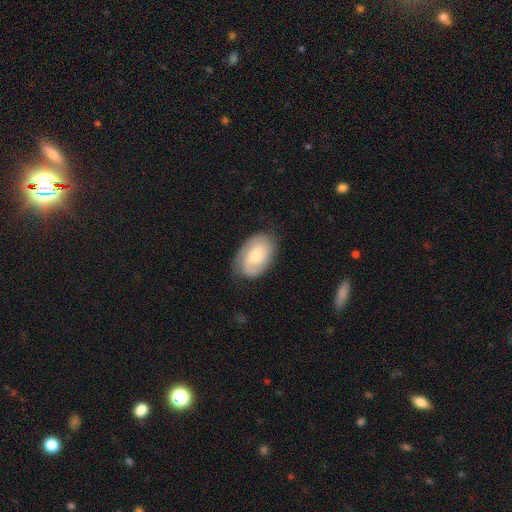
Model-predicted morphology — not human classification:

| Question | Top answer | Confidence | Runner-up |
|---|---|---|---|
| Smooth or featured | featured or disk | 59% | smooth (35%) |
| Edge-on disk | no | 96% | yes (4%) |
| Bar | no | 63% | weak (32%) |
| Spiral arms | yes | 89% | no (11%) |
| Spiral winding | tight | 47% | medium (38%) |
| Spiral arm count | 2 | 65% | can't tell (19%) |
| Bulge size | moderate | 47% | small (42%) |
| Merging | none | 76% | minor disturbance (17%) |